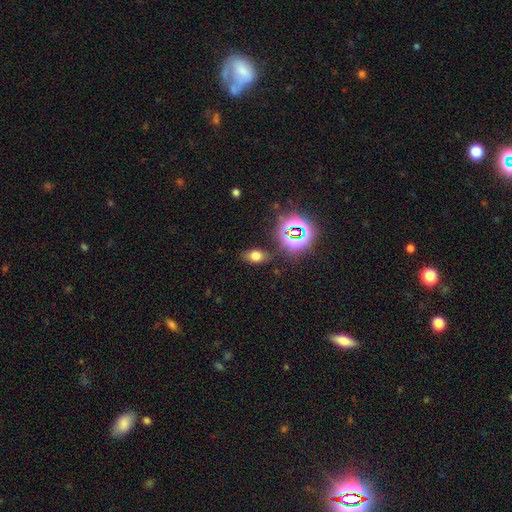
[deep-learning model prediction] Smooth or featured? Predicted: smooth (p=0.63). How rounded? Predicted: in between (p=0.81). Merging? Predicted: none (p=0.78).